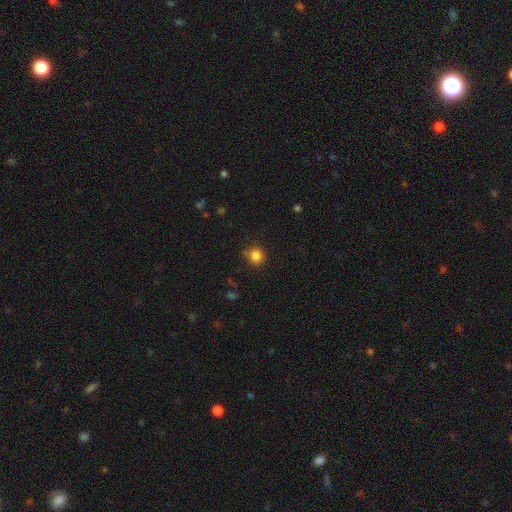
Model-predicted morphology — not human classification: Smooth or featured?
  - smooth: 84% *
  - star or artifact: 12%
  - featured or disk: 4%
How rounded?
  - round: 90% *
  - in between: 9%
  - cigar-shaped: 1%
Merging?
  - none: 83% *
  - minor disturbance: 10%
  - merger: 4%
  - major disturbance: 3%